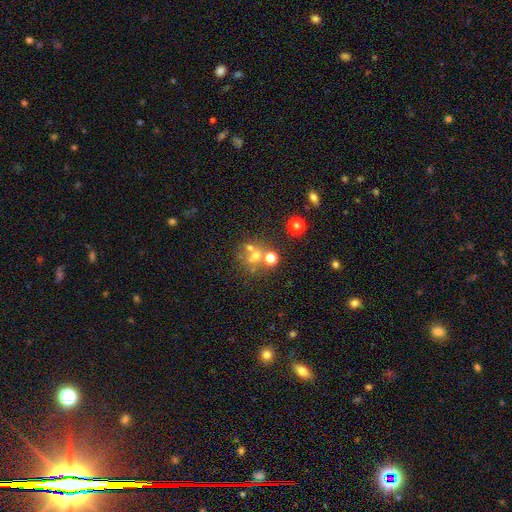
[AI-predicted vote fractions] The model was most divided on "smooth or featured": smooth: 45%, star or artifact: 31%, featured or disk: 24%. More confident: merging — none (51%).